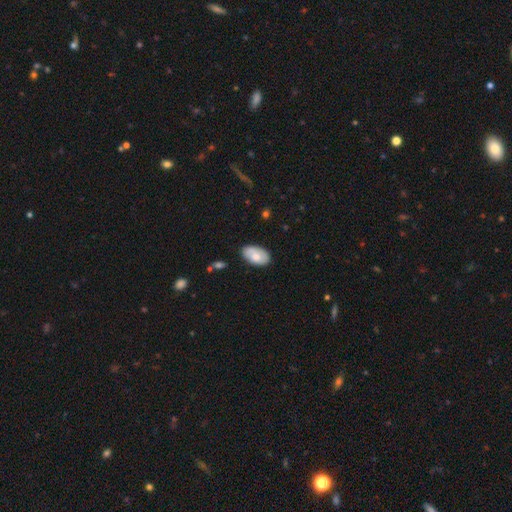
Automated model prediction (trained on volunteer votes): Smooth or featured?
  - smooth: 64% *
  - featured or disk: 30%
  - star or artifact: 6%
How rounded?
  - in between: 94% *
  - round: 5%
  - cigar-shaped: 1%
Merging?
  - none: 75% *
  - minor disturbance: 19%
  - major disturbance: 4%
  - merger: 2%